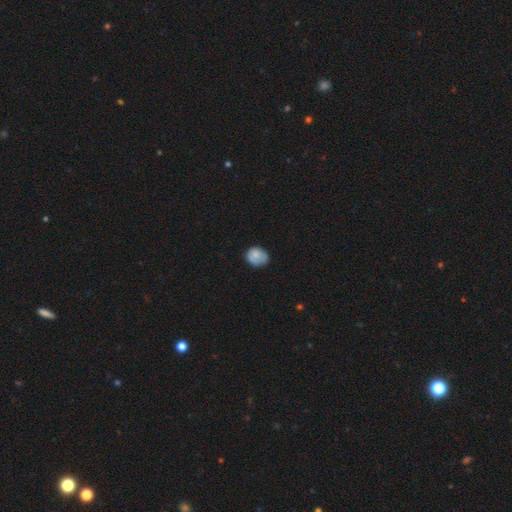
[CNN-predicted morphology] Smooth or featured?
  - smooth: 79% *
  - featured or disk: 13%
  - star or artifact: 8%
How rounded?
  - round: 62% *
  - in between: 37%
  - cigar-shaped: 1%
Merging?
  - none: 63% *
  - minor disturbance: 28%
  - major disturbance: 6%
  - merger: 2%